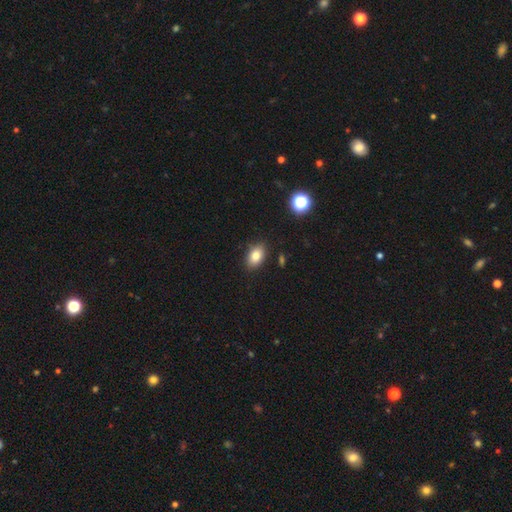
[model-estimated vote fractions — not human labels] Overall: smooth (81%). How rounded: in between (85%). Merging: none (85%).